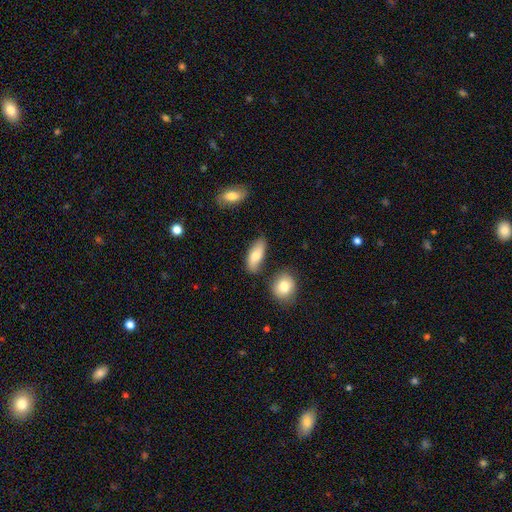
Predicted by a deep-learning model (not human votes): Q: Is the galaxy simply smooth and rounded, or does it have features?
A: smooth — 74%.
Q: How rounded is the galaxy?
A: in between — 79%.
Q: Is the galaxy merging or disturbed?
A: none — 75%.